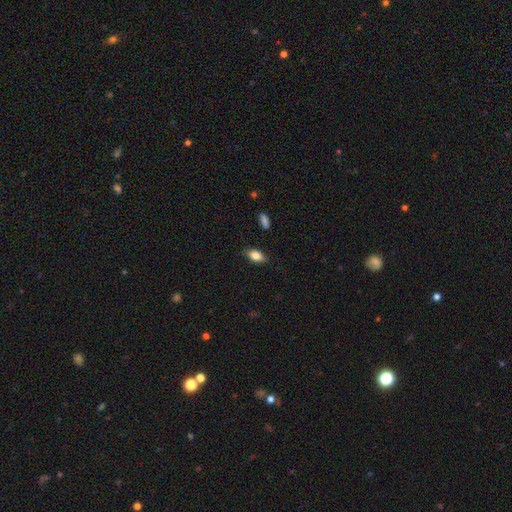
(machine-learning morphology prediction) Smooth or featured: smooth — 82% (featured or disk — 10%)
How rounded: in between — 89% (cigar-shaped — 6%)
Merging: none — 85% (minor disturbance — 11%)